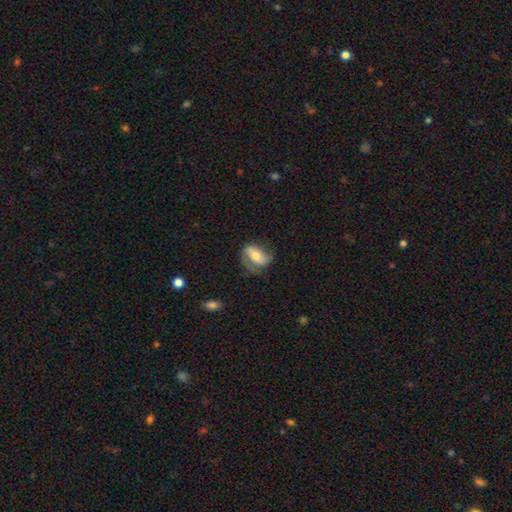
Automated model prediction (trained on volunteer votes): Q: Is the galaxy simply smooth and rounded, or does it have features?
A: featured or disk — 49%.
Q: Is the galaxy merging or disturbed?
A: none — 59%.